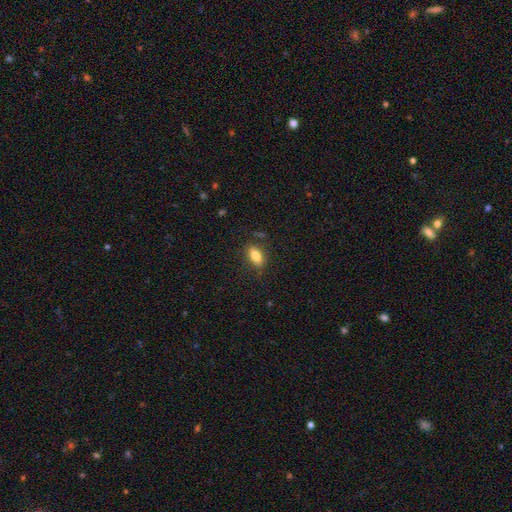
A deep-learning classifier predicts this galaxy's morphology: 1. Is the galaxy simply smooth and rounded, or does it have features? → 79% smooth, 12% featured or disk, 8% star or artifact.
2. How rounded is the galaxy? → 85% in between, 10% cigar-shaped, 6% round.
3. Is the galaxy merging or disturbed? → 82% none, 12% minor disturbance, 3% major disturbance, 2% merger.